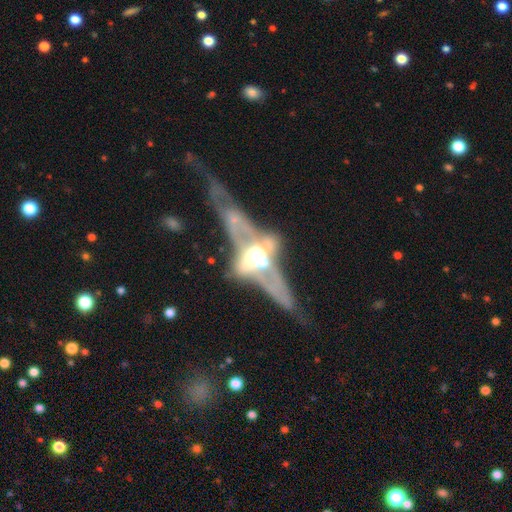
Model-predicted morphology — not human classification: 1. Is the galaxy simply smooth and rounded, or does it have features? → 71% featured or disk, 20% smooth, 9% star or artifact.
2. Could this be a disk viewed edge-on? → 50% no (tied), 50% yes (tied).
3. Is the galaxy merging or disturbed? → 33% merger, 32% none, 21% major disturbance, 14% minor disturbance.